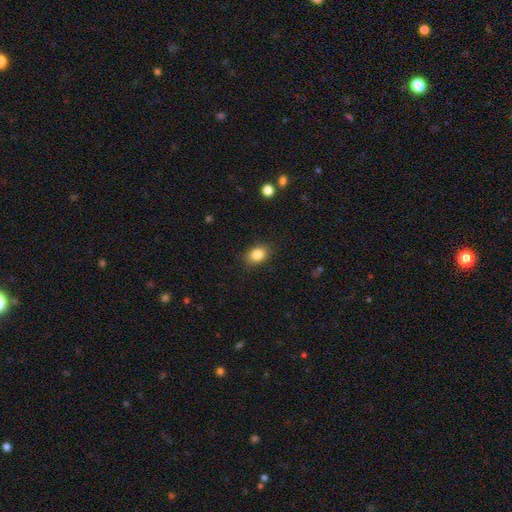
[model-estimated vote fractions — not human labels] The model was most divided on "how rounded": in between: 63%, round: 36%, cigar-shaped: 1%. More confident: merging — none (86%); smooth or featured — smooth (84%).